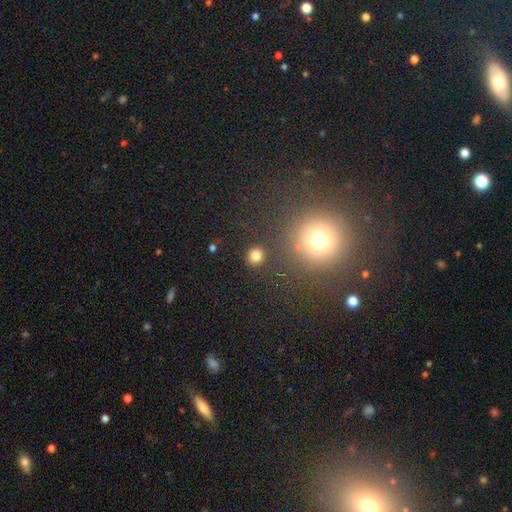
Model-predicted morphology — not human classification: A smooth galaxy with no disk features (81%) that is round (87%). Merging: none (88%).